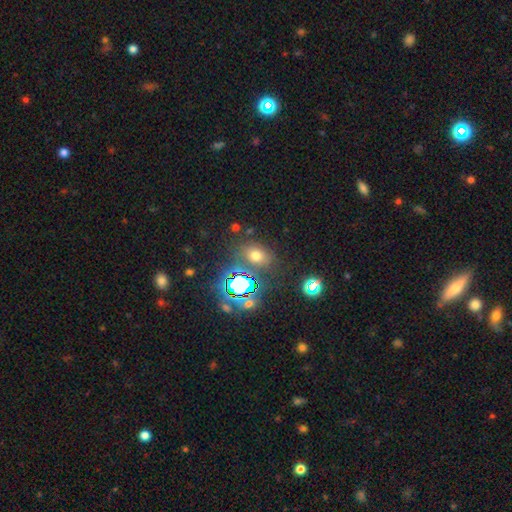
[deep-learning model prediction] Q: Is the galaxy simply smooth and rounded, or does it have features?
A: smooth — 58%.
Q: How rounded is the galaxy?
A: in between — 67%.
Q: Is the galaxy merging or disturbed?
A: none — 75%.